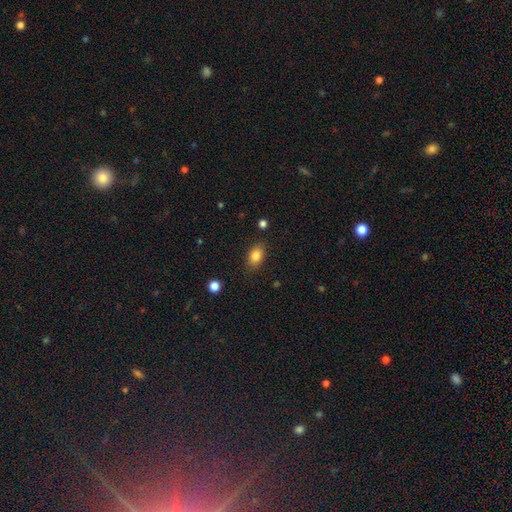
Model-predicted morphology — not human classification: type=smooth (85%); roundness=in between (85%); merging=none (84%).